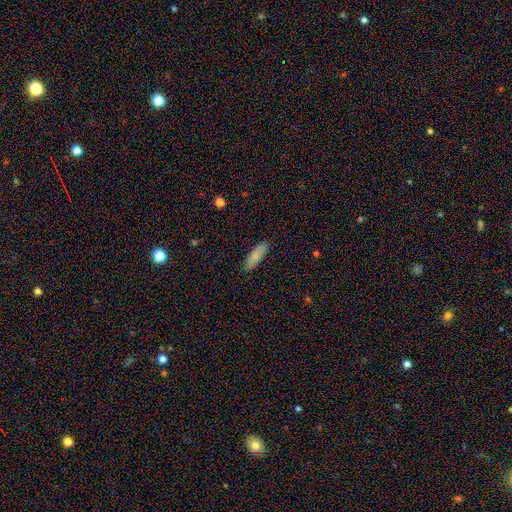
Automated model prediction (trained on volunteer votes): Smooth or featured?
  - smooth: 81% *
  - featured or disk: 12%
  - star or artifact: 7%
How rounded?
  - in between: 52% *
  - cigar-shaped: 46%
  - round: 2%
Merging?
  - none: 87% *
  - minor disturbance: 10%
  - major disturbance: 2%
  - merger: 1%